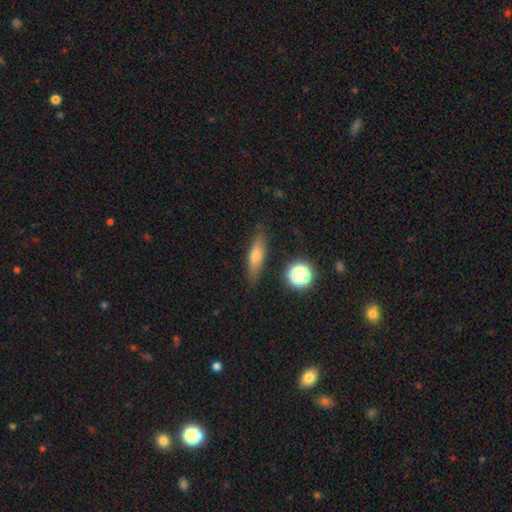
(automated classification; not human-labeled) Morphology: type=smooth (57%); roundness=cigar-shaped (63%); merging=none (83%).